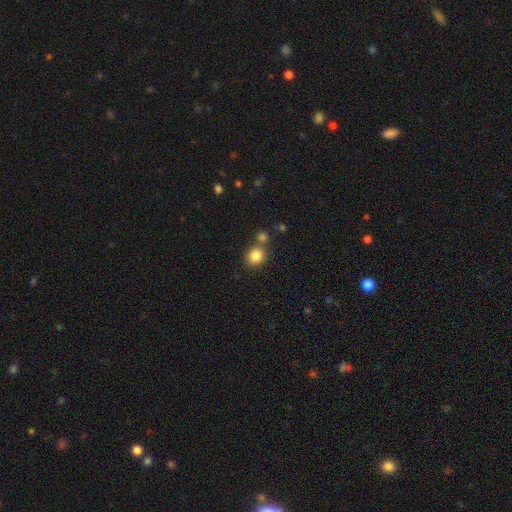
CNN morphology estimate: A smooth galaxy with no disk features (84%) that is round (73%).

Vote fractions:
- Smooth or featured? smooth: 84% / star or artifact: 10% / featured or disk: 6%
- How rounded? round: 73% / in between: 26% / cigar-shaped: 1%
- Merging? none: 69% / merger: 17% / minor disturbance: 10% / major disturbance: 3%